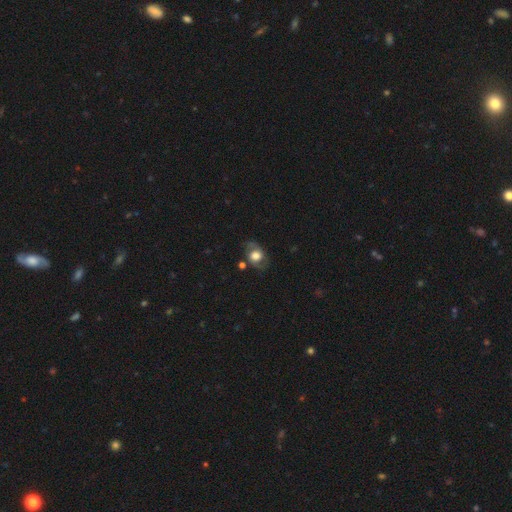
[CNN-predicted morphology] Smooth or featured: featured or disk — 51% (smooth — 42%)
Edge-on disk: no — 92% (yes — 8%)
Merging: none — 71% (minor disturbance — 18%)